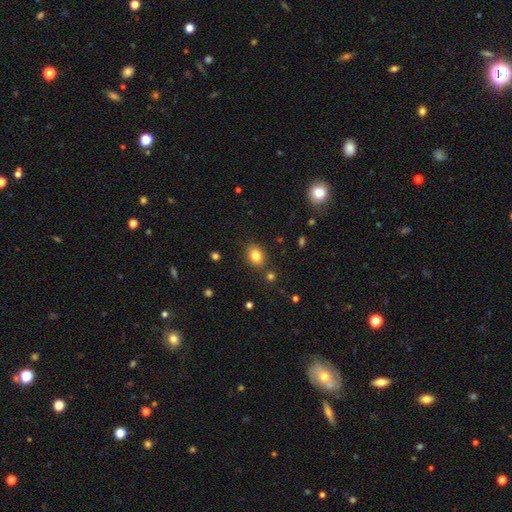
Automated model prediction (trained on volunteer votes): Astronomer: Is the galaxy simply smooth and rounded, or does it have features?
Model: smooth — 82%.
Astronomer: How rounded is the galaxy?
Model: in between — 59% (runner-up: round, 40%).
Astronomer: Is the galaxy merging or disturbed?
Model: none — 82%.